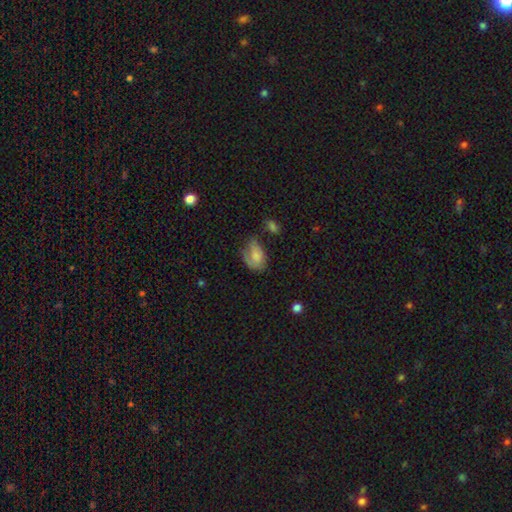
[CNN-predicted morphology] smooth_or_featured: smooth (p=0.61) [alt: featured or disk p=0.30]
how_rounded: in between (p=0.83) [alt: round p=0.15]
merging: none (p=0.38) [alt: minor disturbance p=0.31]